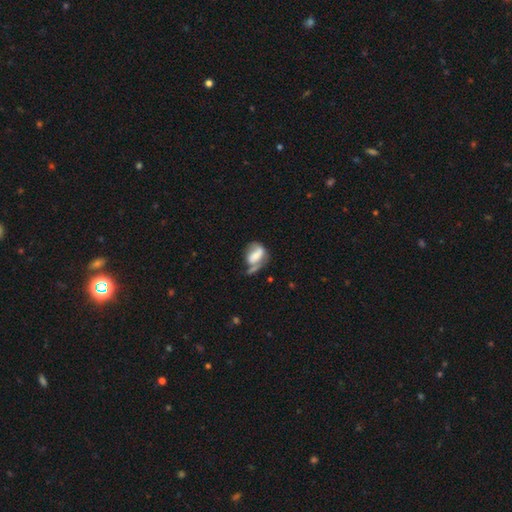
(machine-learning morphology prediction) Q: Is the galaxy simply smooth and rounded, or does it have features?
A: smooth — 49%.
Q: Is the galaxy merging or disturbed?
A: none — 30%.